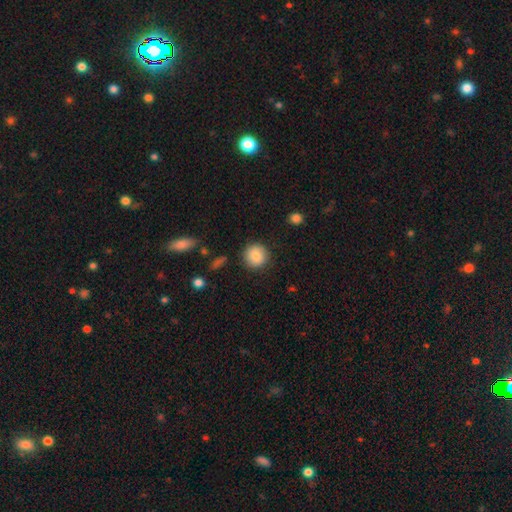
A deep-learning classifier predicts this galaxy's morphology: Smooth or featured? smooth (86%)
How rounded? round (92%)
Merging? none (88%)